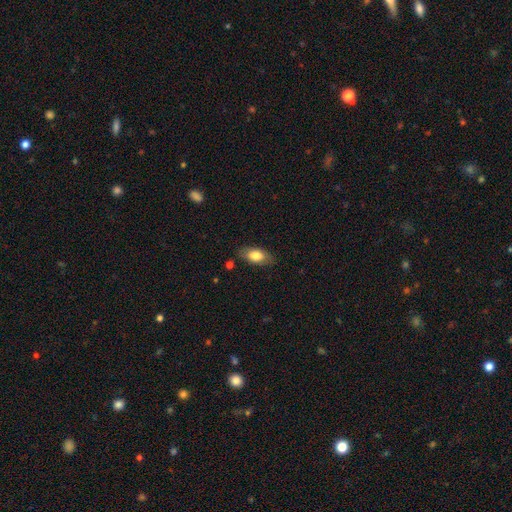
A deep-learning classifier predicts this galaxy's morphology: The model was most divided on "smooth or featured": smooth: 78%, featured or disk: 15%, star or artifact: 7%. More confident: how rounded — in between (89%); merging — none (81%).